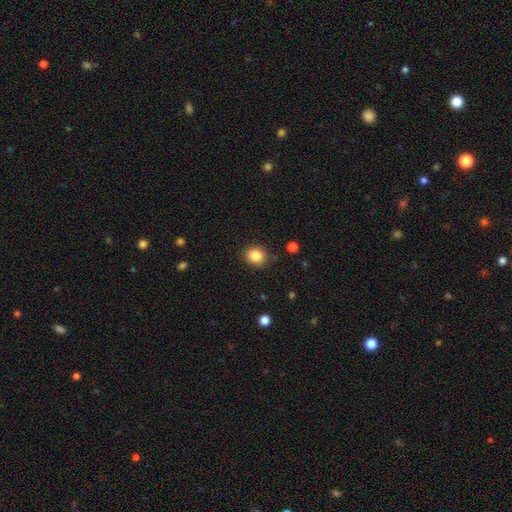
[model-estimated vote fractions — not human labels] smooth 85%, star or artifact 10%, featured or disk 5%. Down the decision tree: how rounded — round (79%); merging — none (88%).